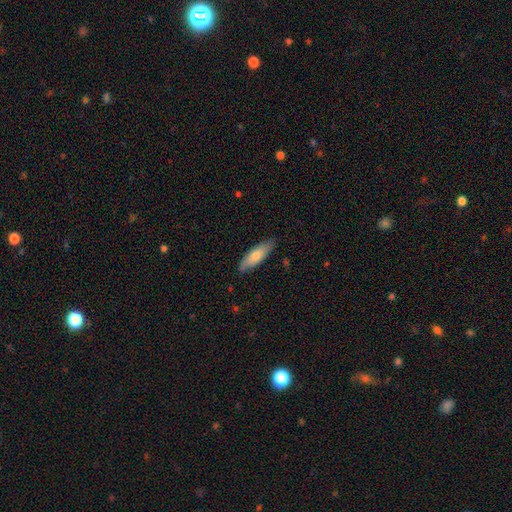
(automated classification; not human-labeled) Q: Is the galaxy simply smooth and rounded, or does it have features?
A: smooth — 70%.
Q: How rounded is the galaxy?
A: cigar-shaped — 51%.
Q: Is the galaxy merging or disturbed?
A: none — 84%.